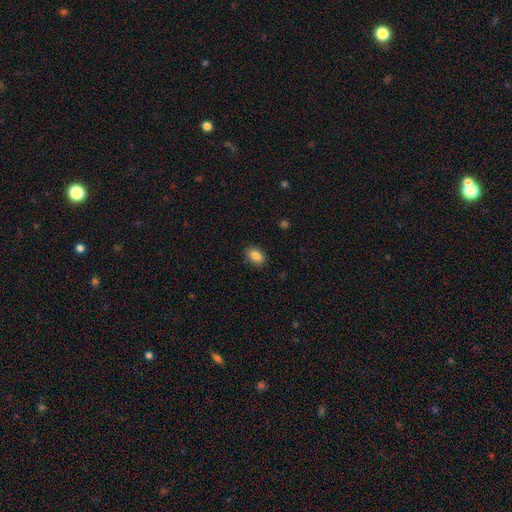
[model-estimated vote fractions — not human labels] smooth_or_featured: smooth (p=0.86) [alt: star or artifact p=0.08]
how_rounded: in between (p=0.87) [alt: round p=0.11]
merging: none (p=0.88) [alt: minor disturbance p=0.09]